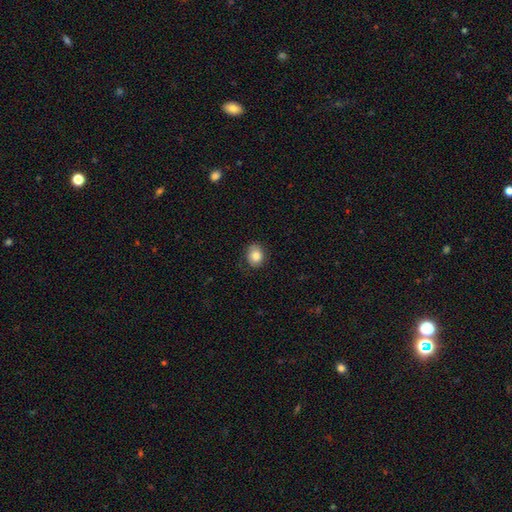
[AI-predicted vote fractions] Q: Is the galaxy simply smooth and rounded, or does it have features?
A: smooth — 83%.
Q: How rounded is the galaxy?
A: round — 57%.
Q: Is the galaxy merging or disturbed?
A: none — 76%.